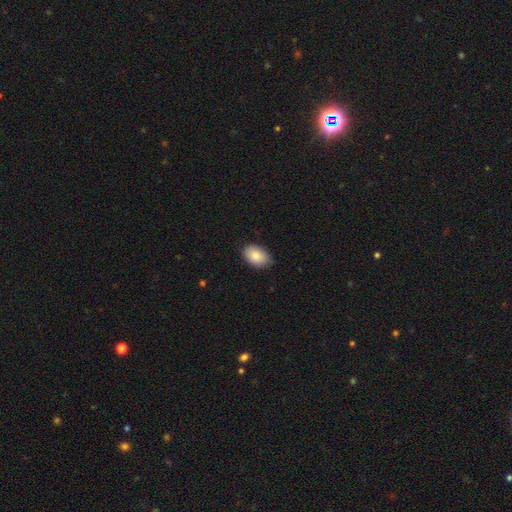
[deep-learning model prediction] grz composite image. It shows a smooth galaxy with no disk features (85%) that is in between round and cigar-shaped (88%). Merging: none (82%).